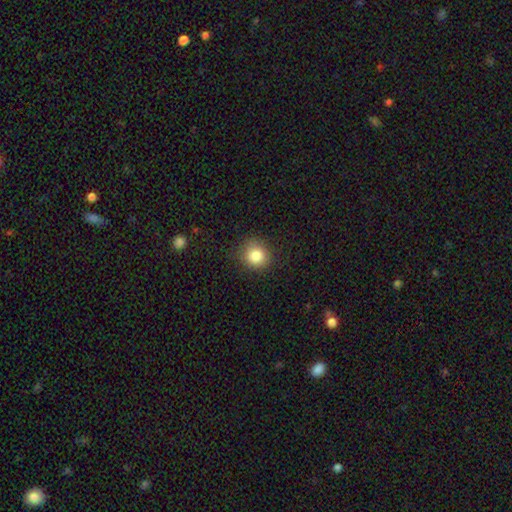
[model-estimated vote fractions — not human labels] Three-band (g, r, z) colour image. It shows a smooth galaxy with no disk features (83%) that is round (85%). Merging: none (85%).